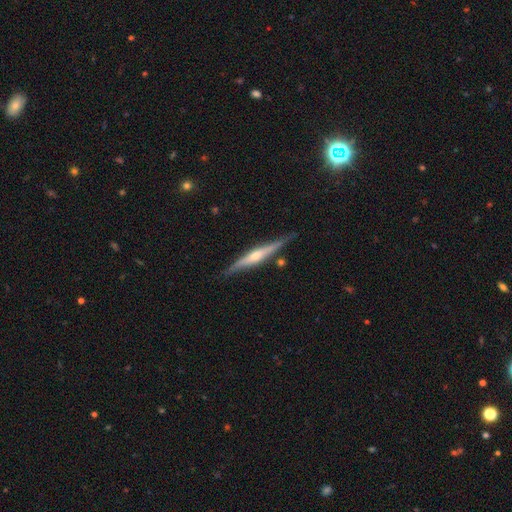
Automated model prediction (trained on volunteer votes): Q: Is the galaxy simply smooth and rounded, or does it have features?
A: featured or disk — 75%.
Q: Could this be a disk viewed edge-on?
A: yes — 97%.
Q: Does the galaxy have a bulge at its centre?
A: rounded — 83%.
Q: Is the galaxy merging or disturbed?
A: none — 83%.